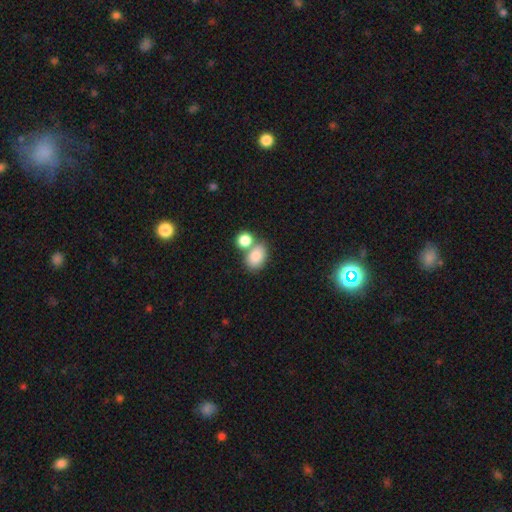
Smooth or featured?
  - smooth: 87% *
  - star or artifact: 10%
  - featured or disk: 3%
How rounded?
  - in between: 71% *
  - round: 29%
  - cigar-shaped: 0%
Merging?
  - merger: 51% *
  - none: 23%
  - minor disturbance: 17%
  - major disturbance: 9%